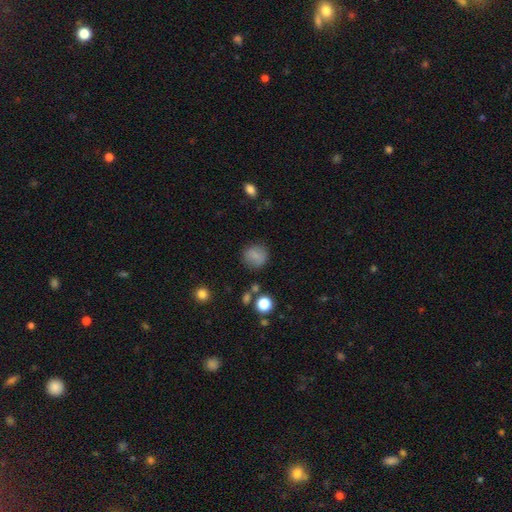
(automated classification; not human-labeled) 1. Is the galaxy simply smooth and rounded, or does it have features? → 80% smooth, 11% star or artifact, 9% featured or disk.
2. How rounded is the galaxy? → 86% round, 13% in between, 1% cigar-shaped.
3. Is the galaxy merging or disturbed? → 82% none, 11% minor disturbance, 4% major disturbance, 3% merger.